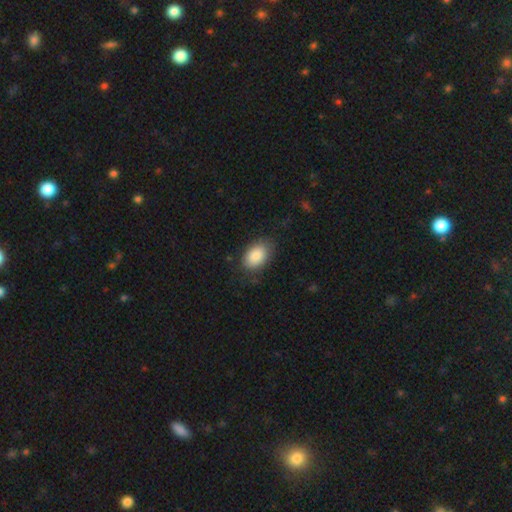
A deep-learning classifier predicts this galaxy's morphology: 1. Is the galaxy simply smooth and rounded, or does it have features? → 86% smooth, 7% featured or disk, 7% star or artifact.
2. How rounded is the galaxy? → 89% in between, 9% round, 1% cigar-shaped.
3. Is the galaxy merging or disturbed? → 77% none, 17% minor disturbance, 5% major disturbance, 1% merger.